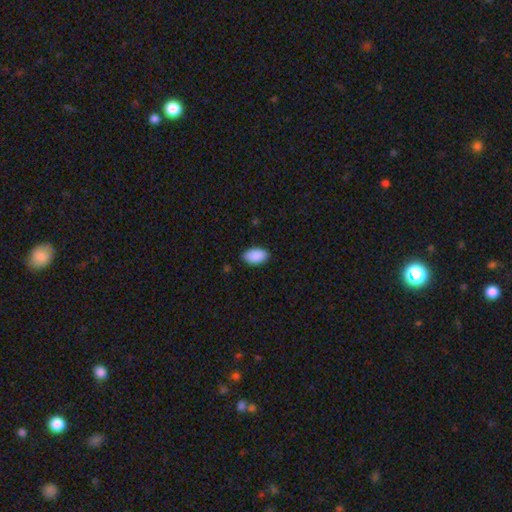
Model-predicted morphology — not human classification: type=smooth (91%); roundness=in between (95%); merging=none (86%).